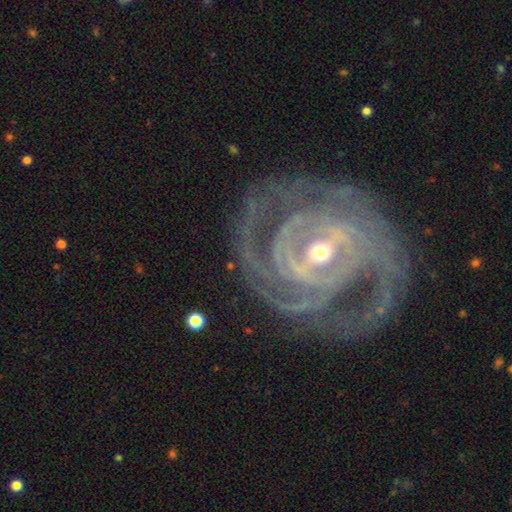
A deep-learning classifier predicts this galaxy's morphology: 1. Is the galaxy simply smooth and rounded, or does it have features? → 92% featured or disk, 5% star or artifact, 3% smooth.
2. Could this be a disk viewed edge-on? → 97% no, 3% yes.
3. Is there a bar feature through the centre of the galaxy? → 47% strong, 37% weak, 17% no.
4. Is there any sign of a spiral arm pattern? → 98% yes, 2% no.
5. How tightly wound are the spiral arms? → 72% tight, 24% medium, 4% loose.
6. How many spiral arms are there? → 28% 3, 22% 2, 19% 4, 17% can't tell, 8% more than 4, 7% 1.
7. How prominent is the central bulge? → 54% small, 43% moderate, 2% large, 1% none, 1% dominant.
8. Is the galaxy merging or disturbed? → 72% none, 16% minor disturbance, 9% major disturbance, 2% merger.